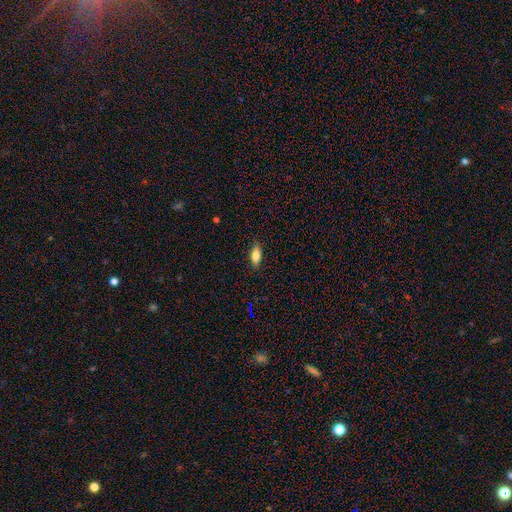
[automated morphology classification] Smooth or featured? smooth (74%)
How rounded? in between (75%)
Merging? none (85%)